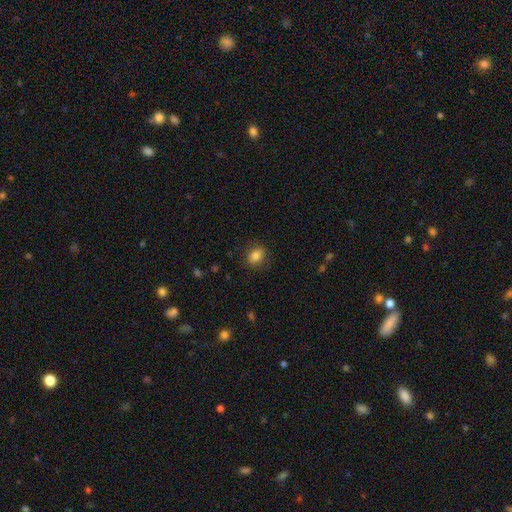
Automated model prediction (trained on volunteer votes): This appears to be a smooth galaxy with no disk features (83%) that is in between round and cigar-shaped (50%). Merging: none (83%).